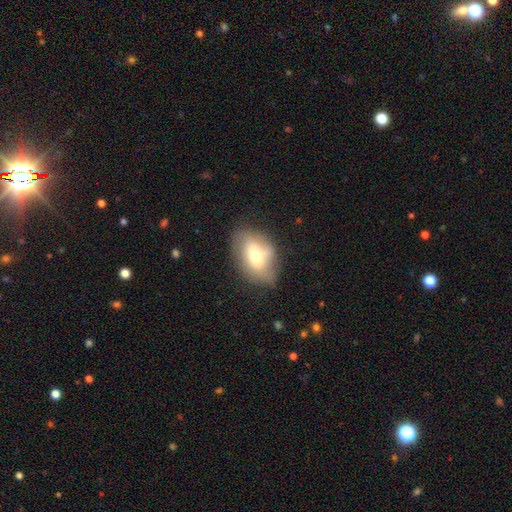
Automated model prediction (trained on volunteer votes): This appears to be a smooth galaxy with no disk features (64%) that is in between round and cigar-shaped (84%). Merging: none (55%).